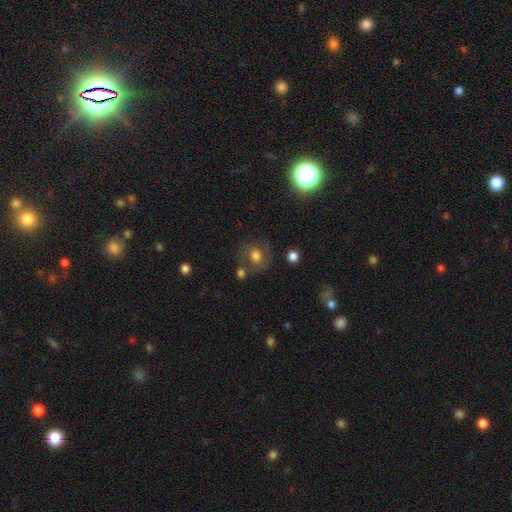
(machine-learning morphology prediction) This is possibly a smooth galaxy (59%). How rounded: likely round (76%). Merging: likely none (64%).